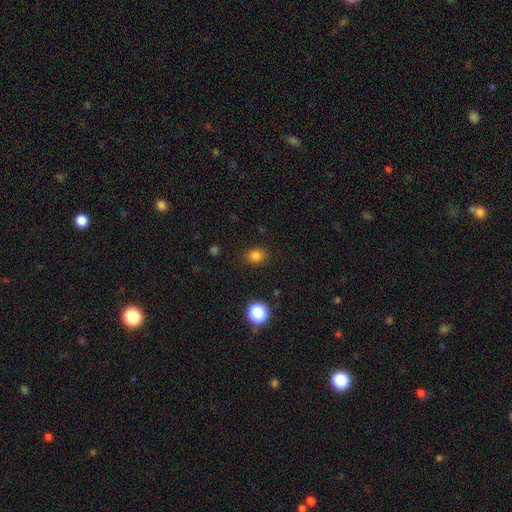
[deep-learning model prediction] smooth 81%, star or artifact 15%, featured or disk 4%. Down the decision tree: how rounded — round (64%); merging — none (87%).